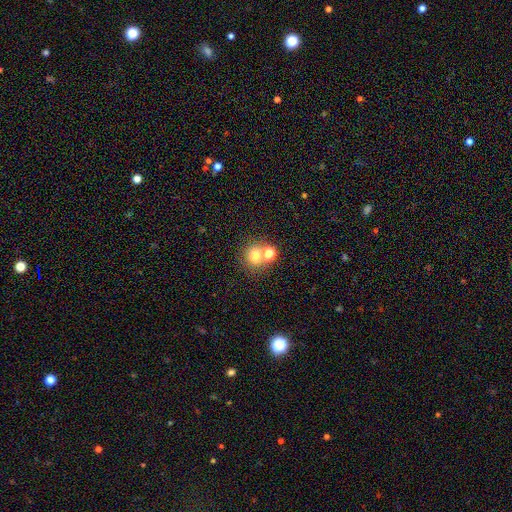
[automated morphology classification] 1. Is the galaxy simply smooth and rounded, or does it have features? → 71% smooth, 17% star or artifact, 12% featured or disk.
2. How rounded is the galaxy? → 82% round, 17% in between, 1% cigar-shaped.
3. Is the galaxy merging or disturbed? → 53% none, 36% merger, 7% minor disturbance, 3% major disturbance.